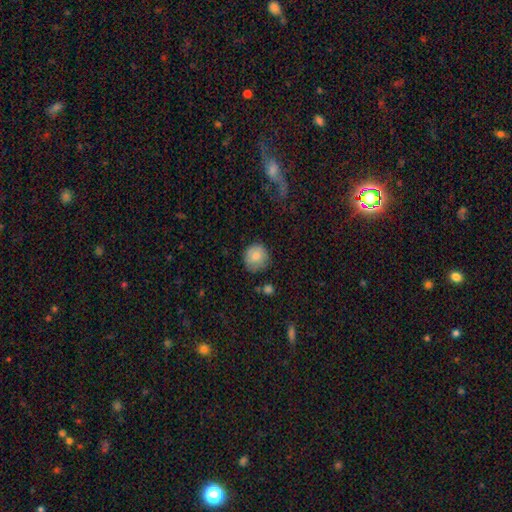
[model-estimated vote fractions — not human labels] Smooth or featured? smooth (80%)
How rounded? round (91%)
Merging? none (76%)